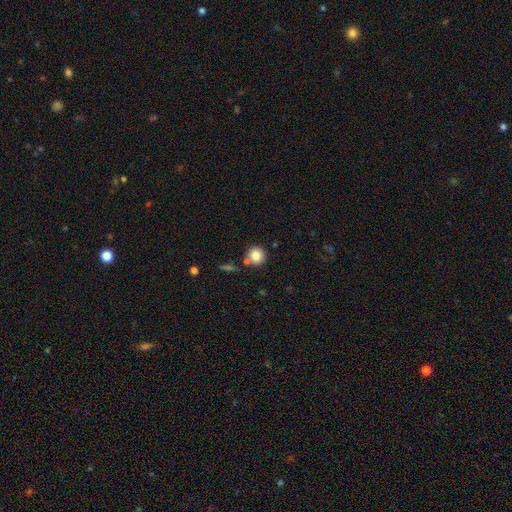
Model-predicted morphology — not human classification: Smooth or featured? smooth (82%)
How rounded? round (92%)
Merging? none (76%)